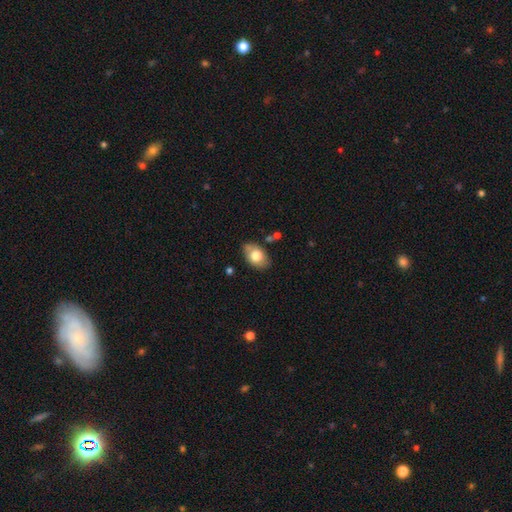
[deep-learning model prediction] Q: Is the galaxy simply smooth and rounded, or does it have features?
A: smooth — 74%.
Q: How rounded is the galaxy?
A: in between — 86%.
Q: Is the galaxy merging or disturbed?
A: none — 75%.